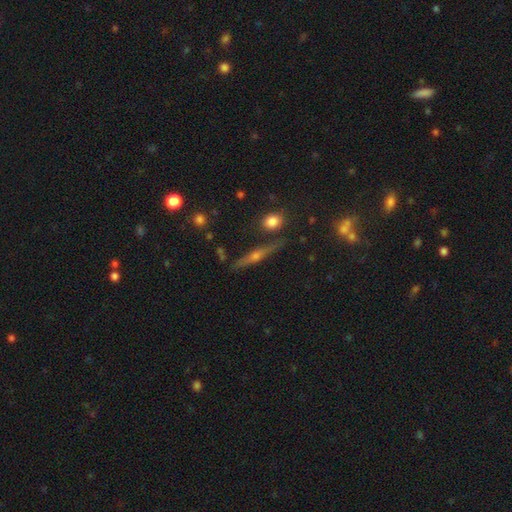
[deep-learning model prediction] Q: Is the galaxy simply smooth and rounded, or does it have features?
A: featured or disk — 70%.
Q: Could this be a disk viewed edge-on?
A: yes — 96%.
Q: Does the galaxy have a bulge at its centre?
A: rounded — 88%.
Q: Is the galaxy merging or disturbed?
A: none — 84%.